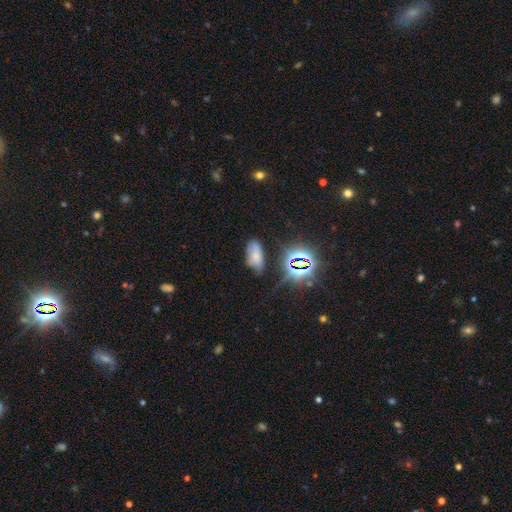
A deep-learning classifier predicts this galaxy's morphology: Smooth or featured?
  - smooth: 60% *
  - star or artifact: 25%
  - featured or disk: 15%
How rounded?
  - in between: 91% *
  - cigar-shaped: 5%
  - round: 4%
Merging?
  - none: 58% *
  - minor disturbance: 27%
  - major disturbance: 10%
  - merger: 5%